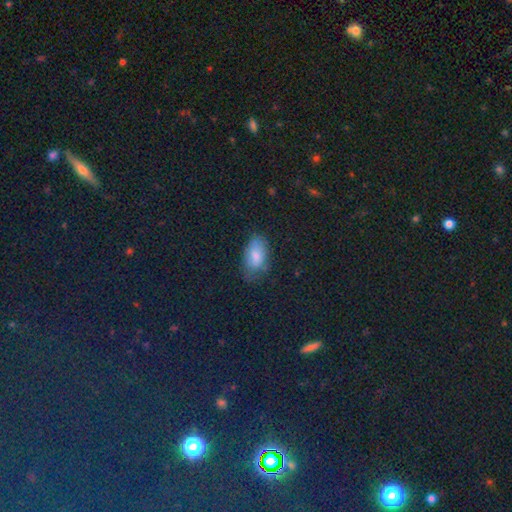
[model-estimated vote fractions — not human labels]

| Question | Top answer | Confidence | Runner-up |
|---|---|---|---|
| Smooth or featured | smooth | 70% | star or artifact (19%) |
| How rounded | in between | 91% | round (6%) |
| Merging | none | 68% | minor disturbance (23%) |